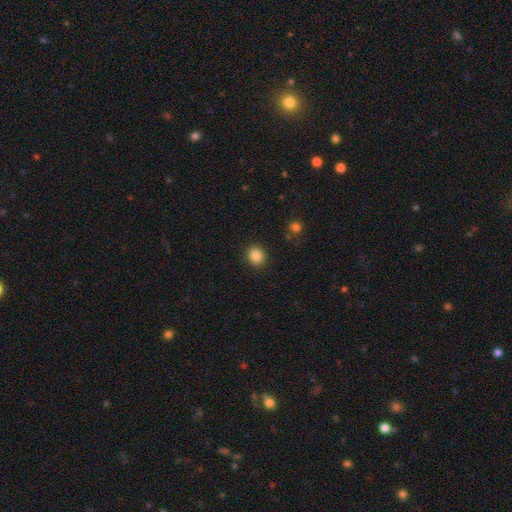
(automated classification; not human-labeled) Overall: smooth (86%). How rounded: round (81%). Merging: none (90%).